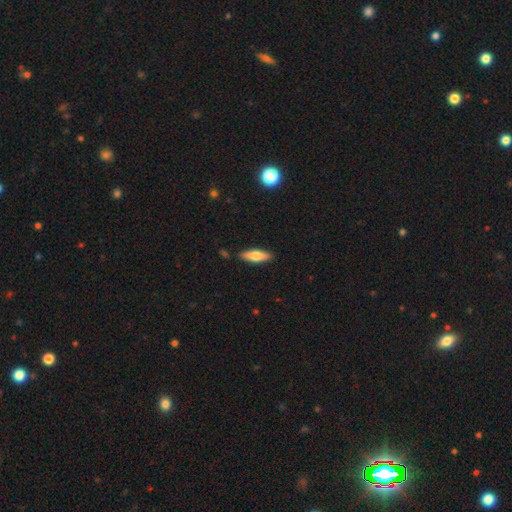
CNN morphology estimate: Overall: smooth (68%). How rounded: in between (49%, tied with cigar-shaped). Merging: none (87%).